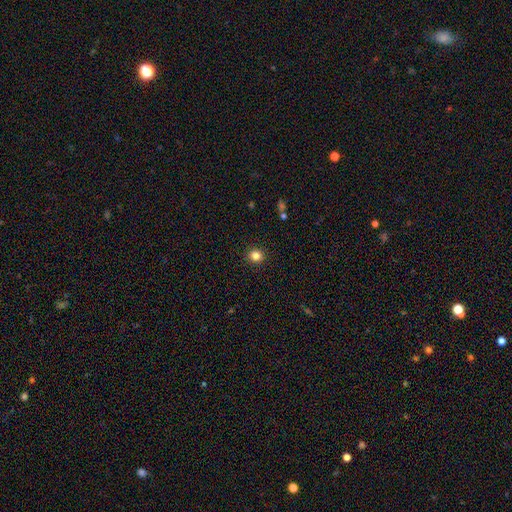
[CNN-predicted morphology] Smooth or featured? smooth (83%)
How rounded? round (91%)
Merging? none (92%)